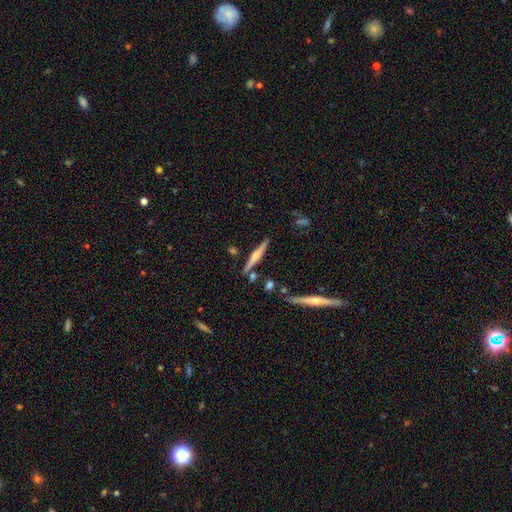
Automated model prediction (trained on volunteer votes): Smooth or featured? featured or disk (75%)
Edge-on disk? yes (98%)
Edge-on bulge? rounded (89%)
Merging? none (85%)